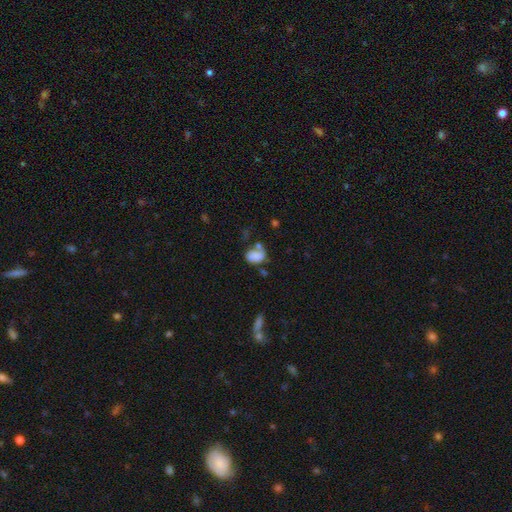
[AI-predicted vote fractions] Smooth or featured? Predicted: smooth (p=0.76). How rounded? Predicted: in between (p=0.76). Merging? Predicted: none (p=0.36).